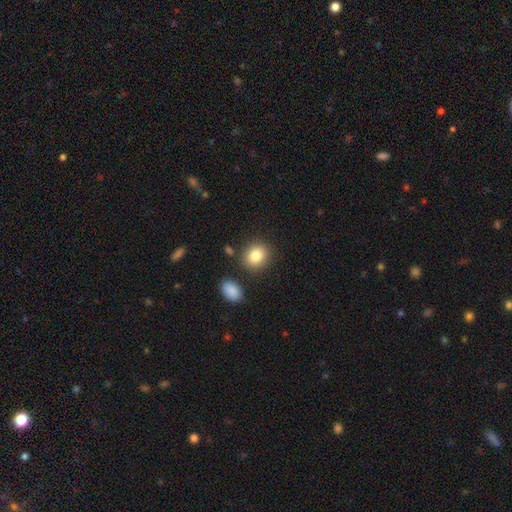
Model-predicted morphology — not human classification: This appears to be a smooth galaxy with no disk features (84%) that is round (64%). Merging: none (82%).